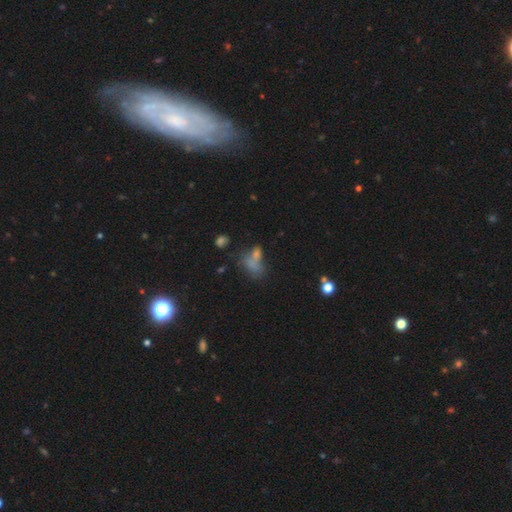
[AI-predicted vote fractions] Q: Smooth or featured?
A: smooth (52%); runner-up: star or artifact (29%)
Q: How rounded?
A: in between (68%); runner-up: round (25%)
Q: Merging?
A: none (35%); runner-up: merger (34%)